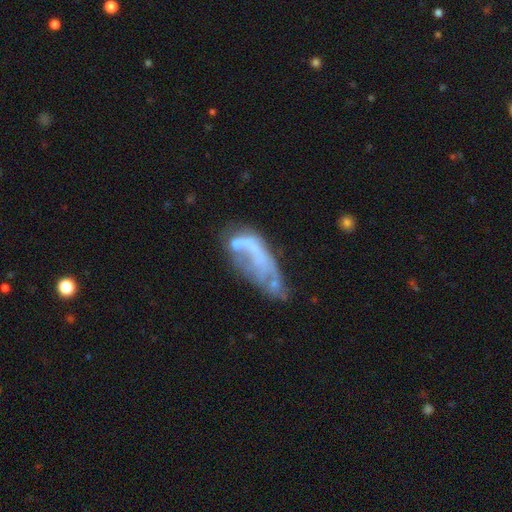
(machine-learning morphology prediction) featured or disk 54%, smooth 33%, star or artifact 13%. Down the decision tree: edge-on disk — no (89%); merging — major disturbance (31%).